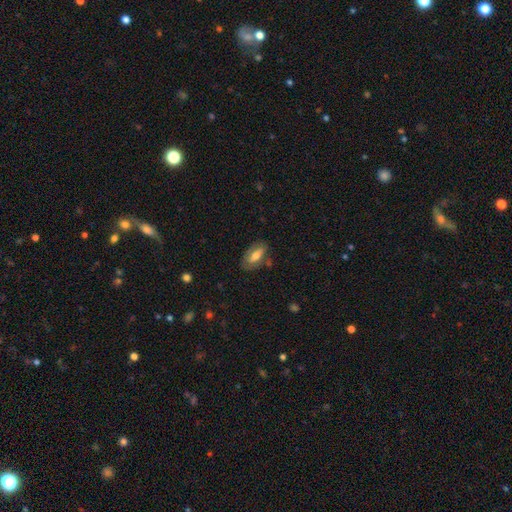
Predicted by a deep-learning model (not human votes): A smooth galaxy with no disk features (54%) that is in between round and cigar-shaped (89%). Merging: none (72%).